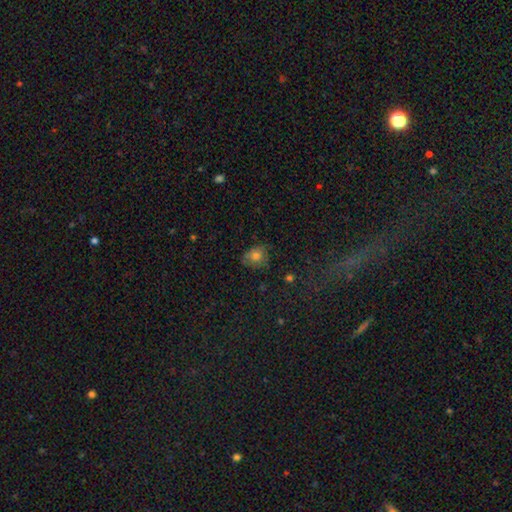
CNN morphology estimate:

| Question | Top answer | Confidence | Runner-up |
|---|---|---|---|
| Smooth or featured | smooth | 73% | star or artifact (14%) |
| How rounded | round | 71% | in between (28%) |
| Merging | none | 68% | minor disturbance (23%) |